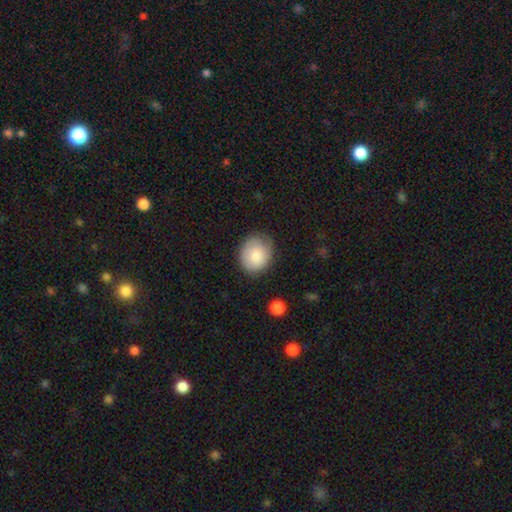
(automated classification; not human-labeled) Smooth or featured: smooth — 81% (featured or disk — 12%)
How rounded: round — 61% (in between — 38%)
Merging: none — 74% (minor disturbance — 20%)